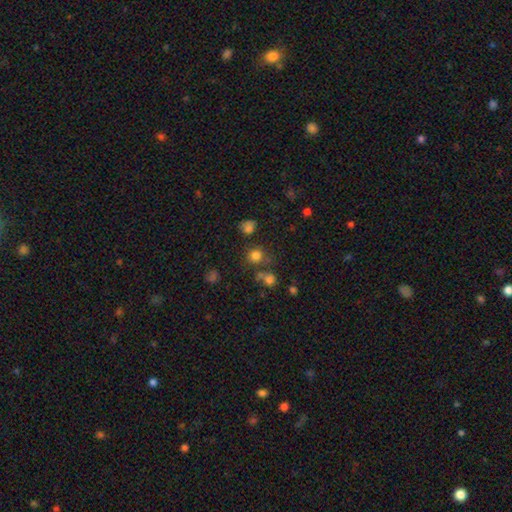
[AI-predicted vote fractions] This appears to be a smooth galaxy with no disk features (75%) that is round (87%). Merging: none (70%).